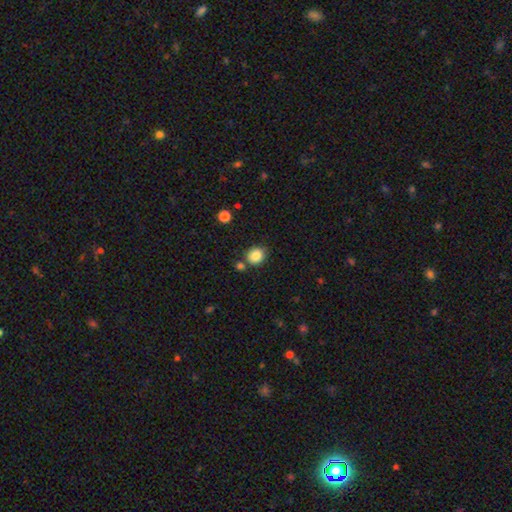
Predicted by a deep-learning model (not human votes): This is clearly a smooth galaxy (86%). How rounded: likely round (73%). Merging: likely none (74%).